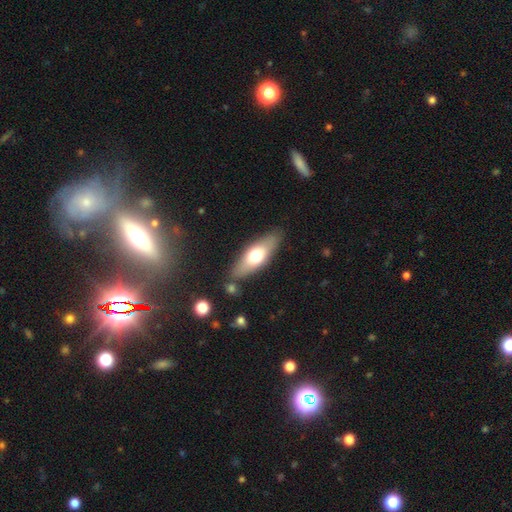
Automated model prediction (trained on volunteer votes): smooth 58%, featured or disk 35%, star or artifact 6%. Down the decision tree: how rounded — in between (59%); merging — none (83%).